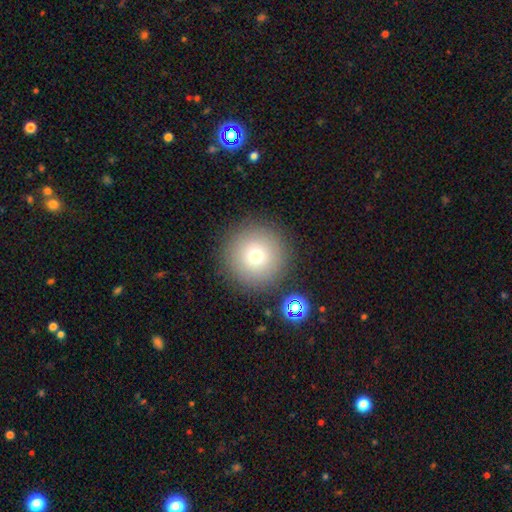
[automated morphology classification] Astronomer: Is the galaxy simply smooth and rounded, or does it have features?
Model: smooth — 74%.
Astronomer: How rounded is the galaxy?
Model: round — 97%.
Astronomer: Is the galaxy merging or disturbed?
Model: none — 87%.